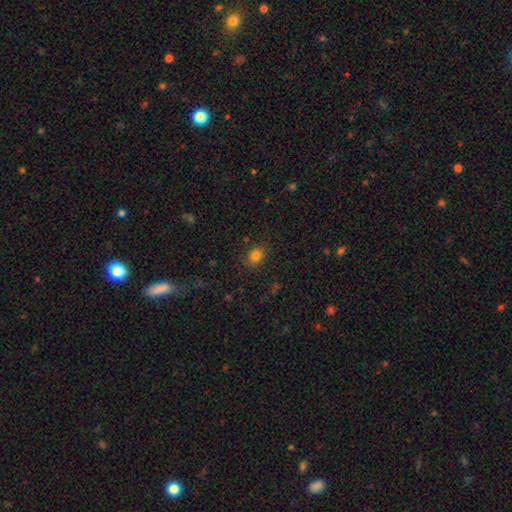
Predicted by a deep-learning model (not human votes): Smooth or featured: smooth — 81% (star or artifact — 14%)
How rounded: round — 65% (in between — 34%)
Merging: none — 86% (minor disturbance — 9%)